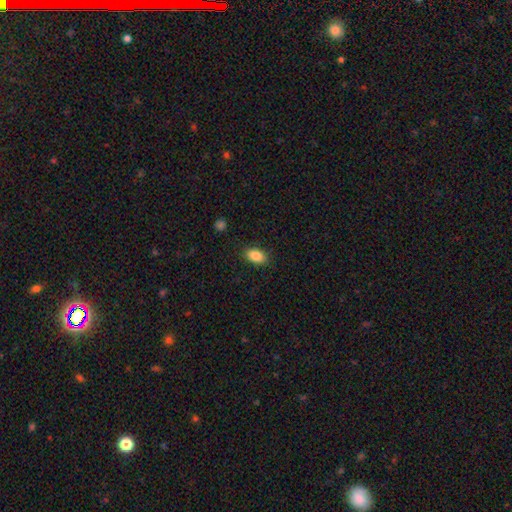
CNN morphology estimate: smooth-or-featured: smooth: 87% | star or artifact: 8% | featured or disk: 6%
  how-rounded: in between: 90% | round: 8% | cigar-shaped: 2%
  merging: none: 87% | minor disturbance: 9% | major disturbance: 3% | merger: 1%